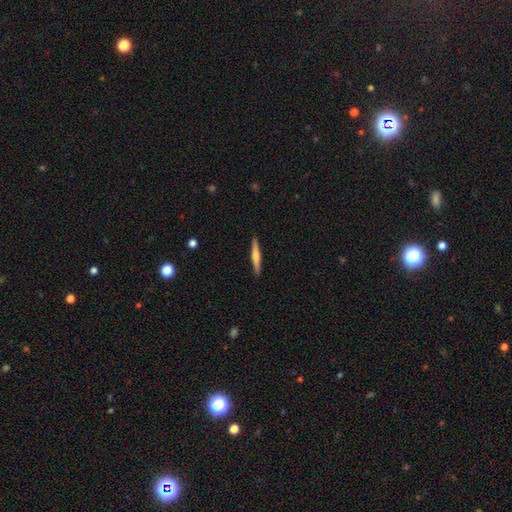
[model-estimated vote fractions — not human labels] smooth-or-featured: featured or disk: 50% | smooth: 45% | star or artifact: 5%
  merging: none: 91% | minor disturbance: 6% | major disturbance: 1% | merger: 1%